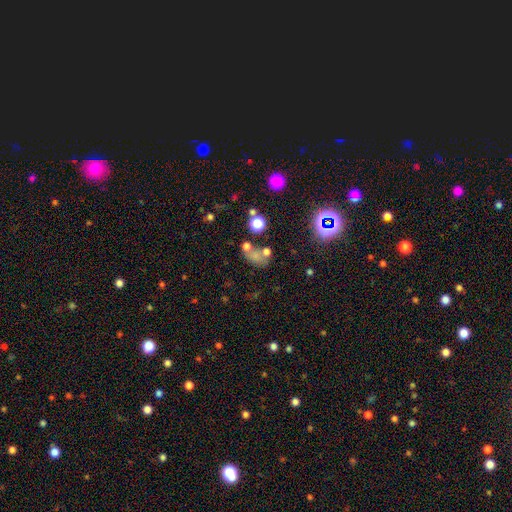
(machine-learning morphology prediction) Smooth or featured: smooth — 55% (star or artifact — 27%)
How rounded: in between — 57% (round — 40%)
Merging: none — 39% (merger — 35%)